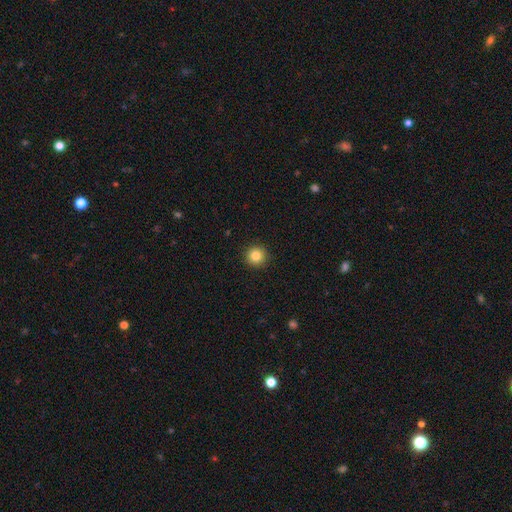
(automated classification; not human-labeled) Smooth or featured? Predicted: smooth (p=0.85). How rounded? Predicted: round (p=0.95). Merging? Predicted: none (p=0.92).